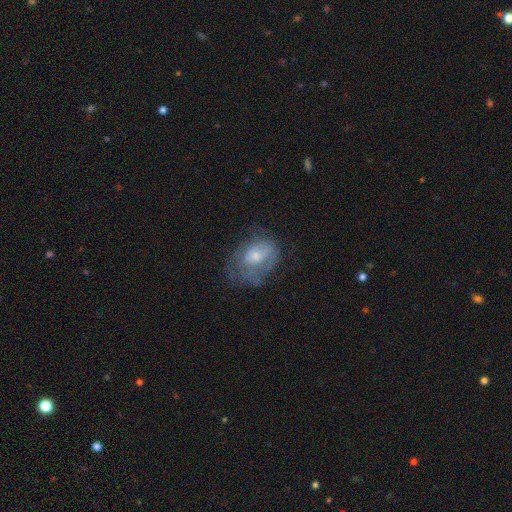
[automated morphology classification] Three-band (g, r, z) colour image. It shows a featured or disk galaxy (49%). Merging: none (47%).